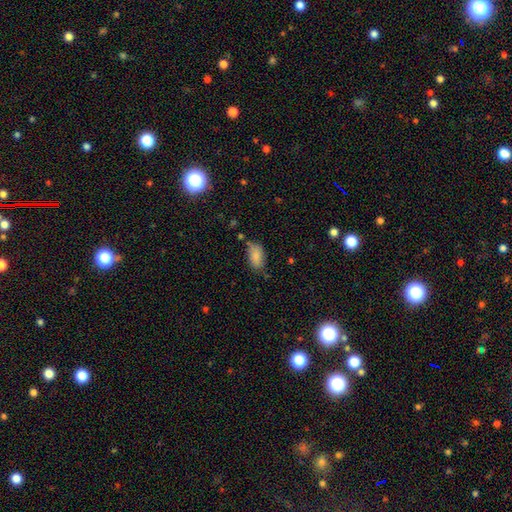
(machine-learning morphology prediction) This is clearly a smooth galaxy (85%). How rounded: clearly in between (92%). Merging: likely none (65%).